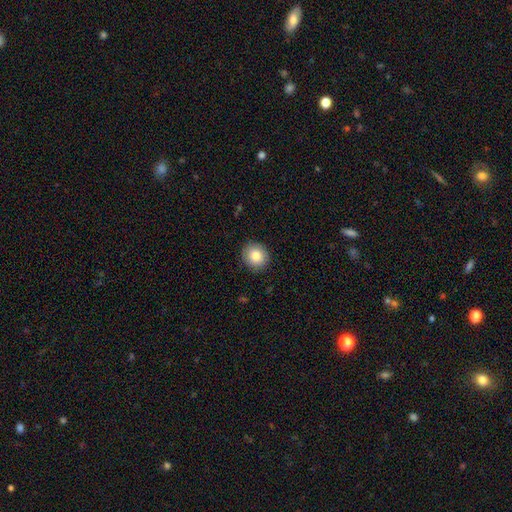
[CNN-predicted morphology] A smooth galaxy with no disk features (83%) that is round (86%).

Vote fractions:
- Smooth or featured? smooth: 83% / star or artifact: 8% / featured or disk: 8%
- How rounded? round: 86% / in between: 13% / cigar-shaped: 1%
- Merging? none: 90% / minor disturbance: 7% / major disturbance: 2% / merger: 1%